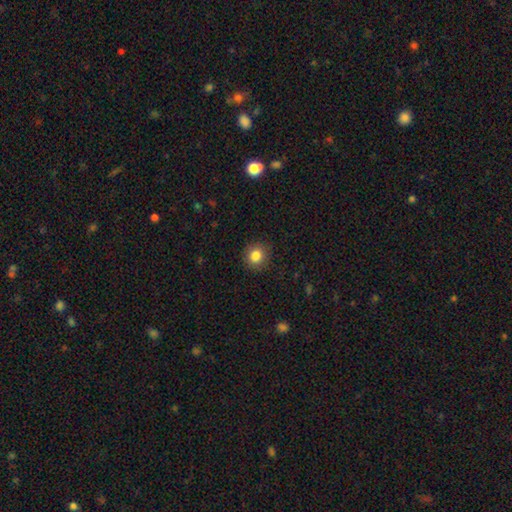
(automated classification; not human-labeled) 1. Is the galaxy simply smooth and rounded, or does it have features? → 84% smooth, 10% star or artifact, 6% featured or disk.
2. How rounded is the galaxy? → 86% round, 13% in between, 1% cigar-shaped.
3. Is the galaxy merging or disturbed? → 89% none, 8% minor disturbance, 2% major disturbance, 1% merger.